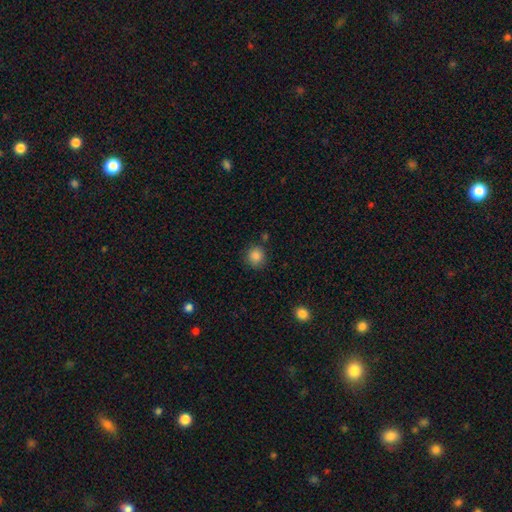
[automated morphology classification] A smooth galaxy with no disk features (86%) that is round (88%). Merging: none (82%).